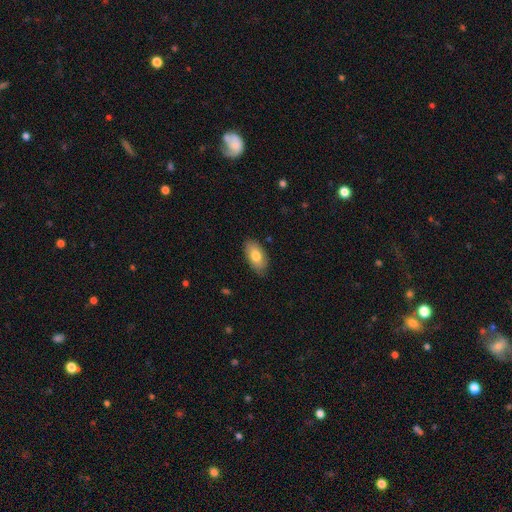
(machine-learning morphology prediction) Smooth or featured?
  - smooth: 77% *
  - featured or disk: 16%
  - star or artifact: 6%
How rounded?
  - in between: 93% *
  - cigar-shaped: 4%
  - round: 3%
Merging?
  - none: 83% *
  - minor disturbance: 14%
  - major disturbance: 2%
  - merger: 1%